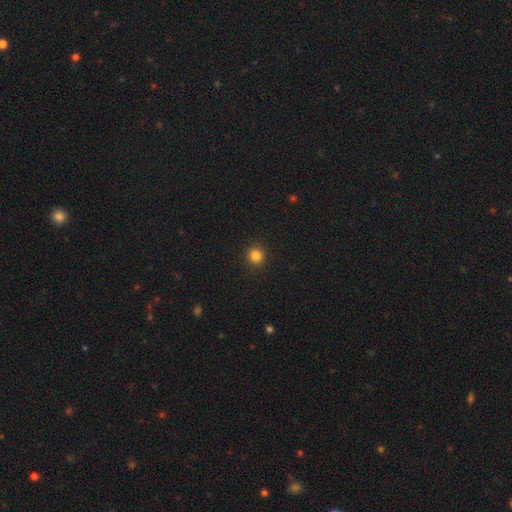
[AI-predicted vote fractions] This appears to be a smooth galaxy with no disk features (84%) that is round (93%). Merging: none (92%).